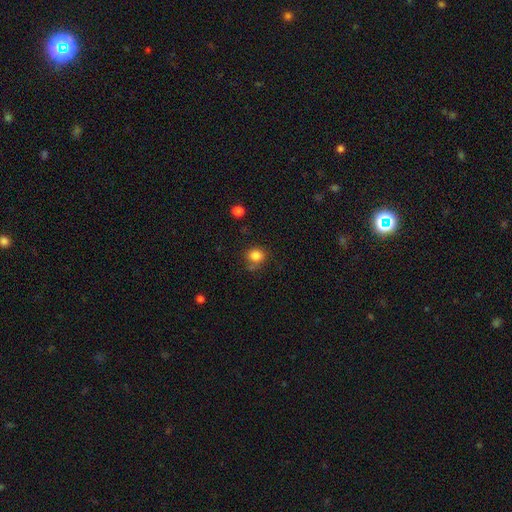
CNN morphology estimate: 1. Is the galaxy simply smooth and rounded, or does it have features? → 83% smooth, 11% star or artifact, 6% featured or disk.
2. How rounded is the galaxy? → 76% round, 24% in between, 1% cigar-shaped.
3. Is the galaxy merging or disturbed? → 68% none, 18% minor disturbance, 8% merger, 6% major disturbance.